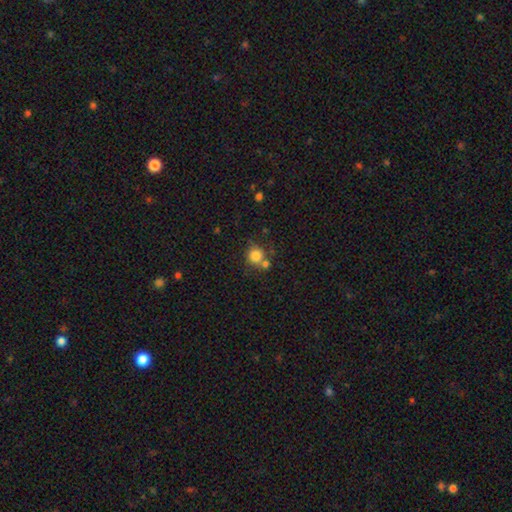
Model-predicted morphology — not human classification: smooth 82%, star or artifact 11%, featured or disk 7%. Down the decision tree: how rounded — round (89%); merging — none (61%).